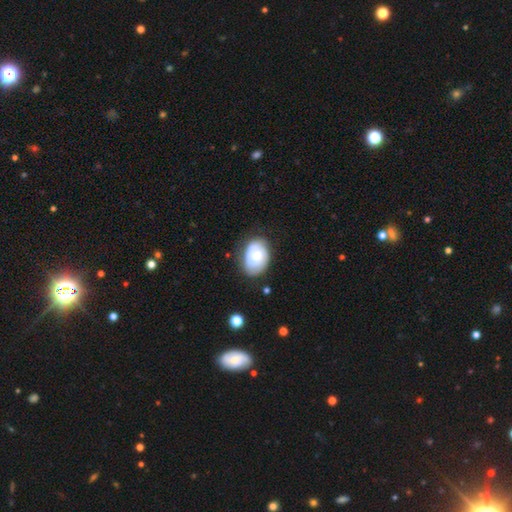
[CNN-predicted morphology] This appears to be a smooth galaxy with no disk features (52%) that is in between round and cigar-shaped (80%). Merging: none (70%).